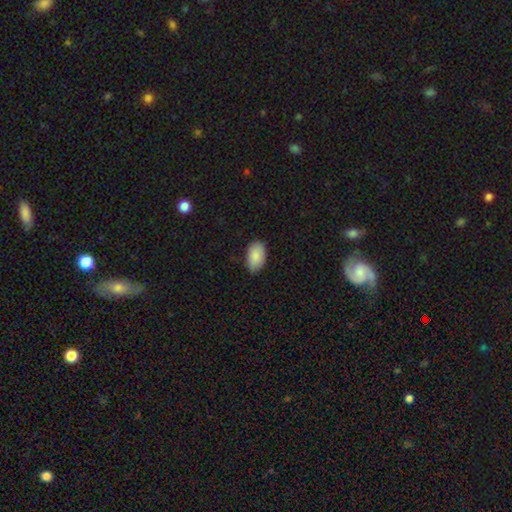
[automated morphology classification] A smooth galaxy with no disk features (88%) that is in between round and cigar-shaped (94%).

Vote fractions:
- Smooth or featured? smooth: 88% / star or artifact: 6% / featured or disk: 5%
- How rounded? in between: 94% / round: 4% / cigar-shaped: 1%
- Merging? none: 83% / minor disturbance: 14% / major disturbance: 2% / merger: 1%